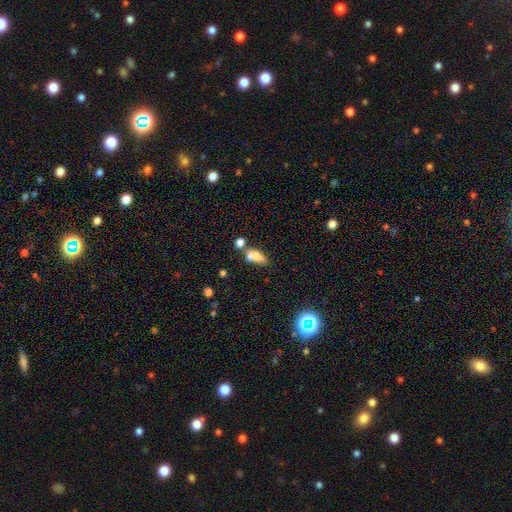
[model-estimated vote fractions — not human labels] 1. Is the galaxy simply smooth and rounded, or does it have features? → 68% smooth, 21% featured or disk, 11% star or artifact.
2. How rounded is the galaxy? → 74% in between, 18% cigar-shaped, 8% round.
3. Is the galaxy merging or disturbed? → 36% merger (tied), 36% none (tied), 18% minor disturbance, 10% major disturbance.